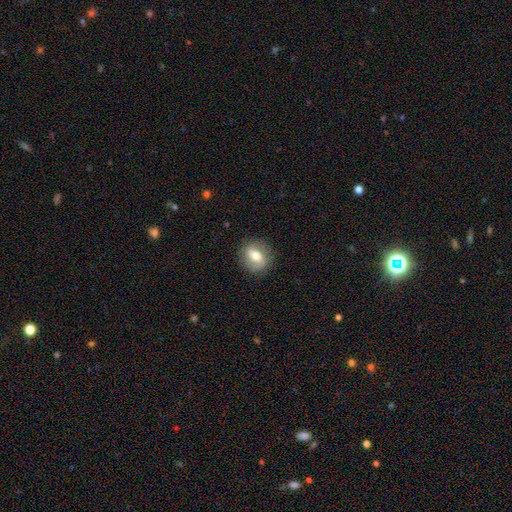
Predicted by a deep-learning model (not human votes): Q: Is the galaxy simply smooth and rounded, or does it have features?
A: smooth — 56%.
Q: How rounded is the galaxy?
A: round — 71%.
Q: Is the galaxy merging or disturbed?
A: none — 86%.